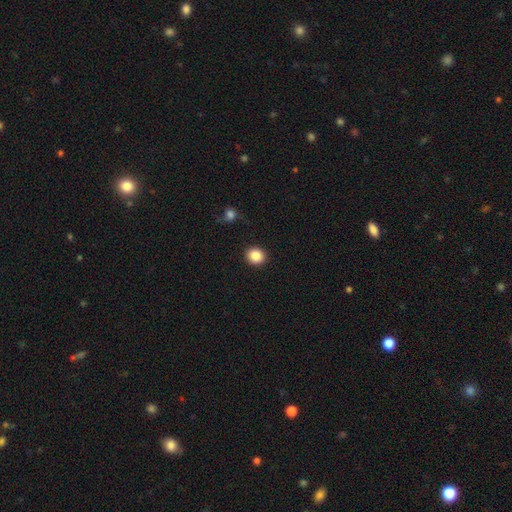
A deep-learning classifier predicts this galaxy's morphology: The model was most divided on "how rounded": round: 78%, in between: 21%, cigar-shaped: 1%. More confident: merging — none (91%); smooth or featured — smooth (87%).